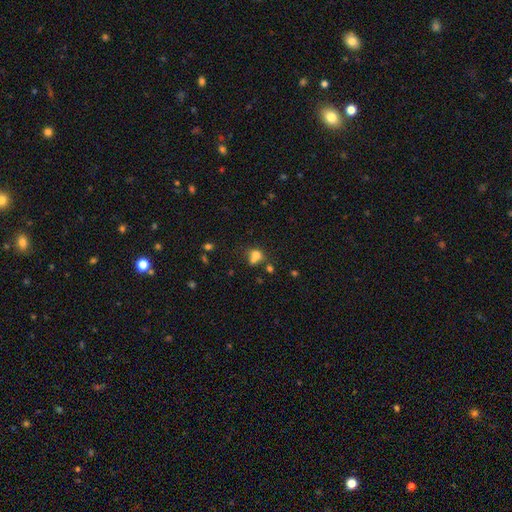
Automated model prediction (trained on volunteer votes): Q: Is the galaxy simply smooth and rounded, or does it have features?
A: smooth — 71%.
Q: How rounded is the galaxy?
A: round — 59%.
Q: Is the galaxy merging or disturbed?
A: merger — 47%.